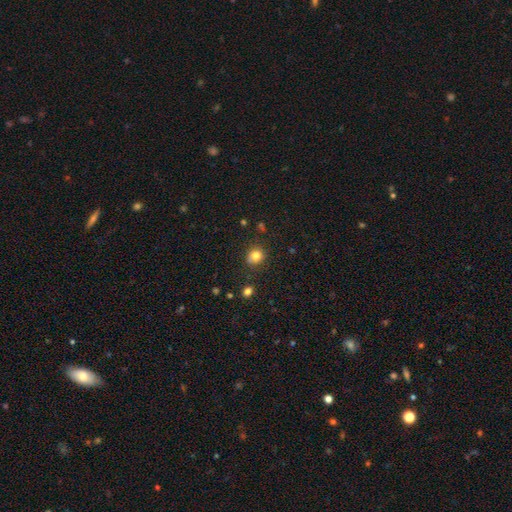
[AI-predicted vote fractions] Q: Smooth or featured?
A: smooth (80%); runner-up: star or artifact (13%)
Q: How rounded?
A: round (83%); runner-up: in between (17%)
Q: Merging?
A: none (75%); runner-up: minor disturbance (15%)